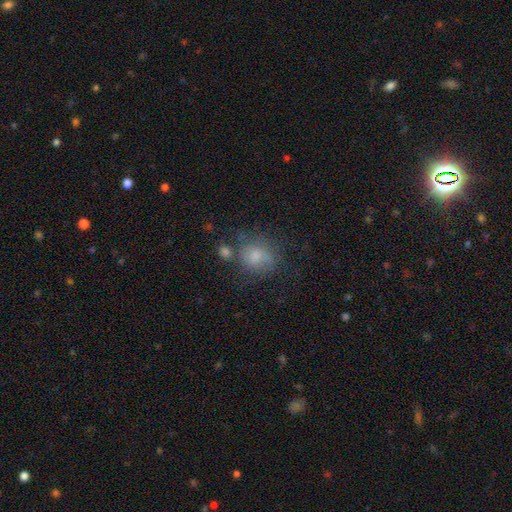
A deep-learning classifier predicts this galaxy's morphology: Overall: smooth (67%). How rounded: round (70%). Merging: none (54%; minor disturbance 23%).